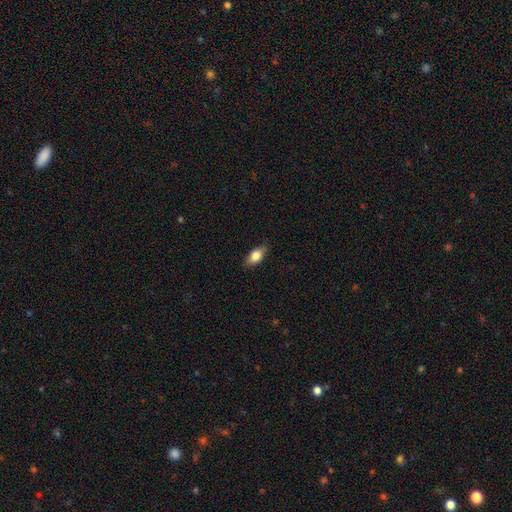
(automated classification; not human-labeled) Smooth or featured: smooth — 79% (featured or disk — 14%)
How rounded: in between — 86% (cigar-shaped — 8%)
Merging: none — 83% (minor disturbance — 14%)